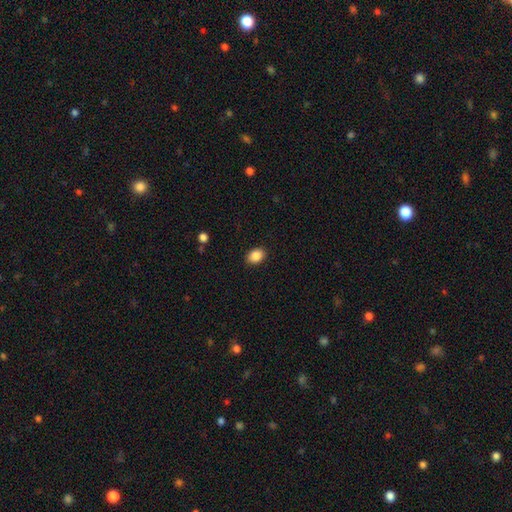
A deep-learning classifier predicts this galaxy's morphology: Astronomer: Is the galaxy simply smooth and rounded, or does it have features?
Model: smooth — 88%.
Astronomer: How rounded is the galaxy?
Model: in between — 77%.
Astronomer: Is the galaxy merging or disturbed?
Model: none — 89%.